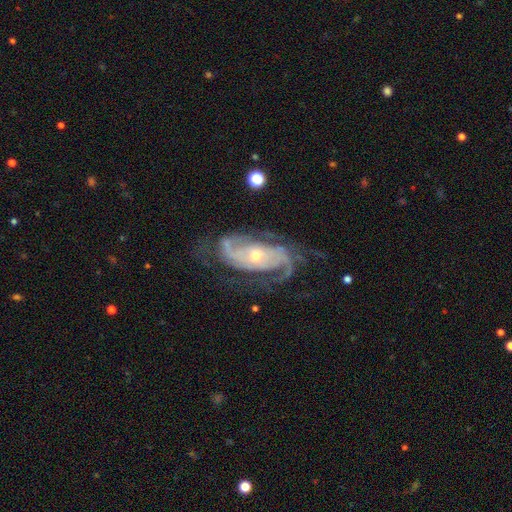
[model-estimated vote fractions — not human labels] Overall: featured or disk (88%). Edge-on disk: no (95%). Bar: no (64%). Spiral arms: yes (96%). Spiral arm count: 2 (47%; 3 20%). Spiral winding: tight (44%; medium 40%). Bulge size: small (54%; moderate 42%). Merging: none (63%).